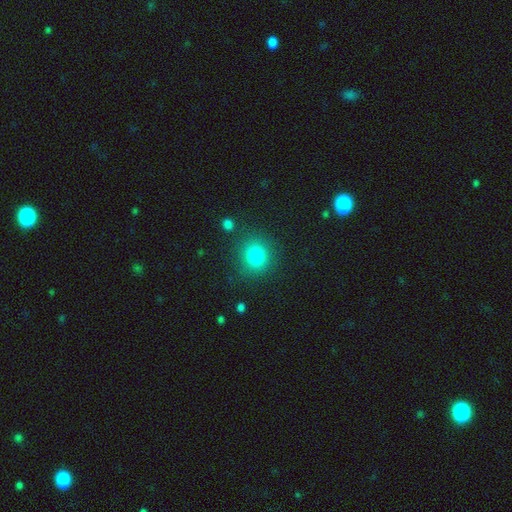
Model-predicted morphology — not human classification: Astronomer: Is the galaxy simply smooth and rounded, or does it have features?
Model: smooth — 81%.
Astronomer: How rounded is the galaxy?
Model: round — 83%.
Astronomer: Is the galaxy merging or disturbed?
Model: none — 84%.